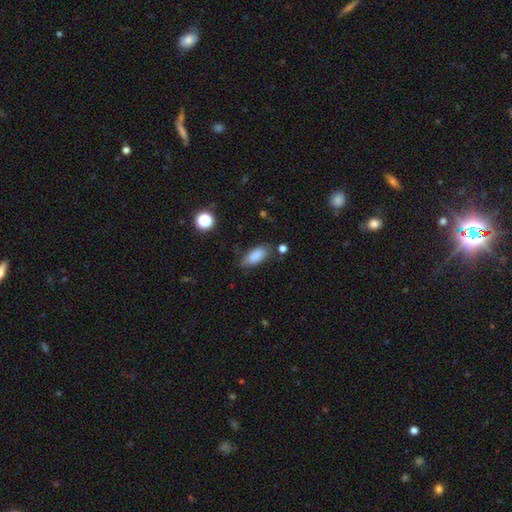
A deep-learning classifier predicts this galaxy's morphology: smooth_or_featured: smooth (p=0.85) [alt: star or artifact p=0.08]
how_rounded: in between (p=0.85) [alt: cigar-shaped p=0.12]
merging: none (p=0.70) [alt: minor disturbance p=0.21]